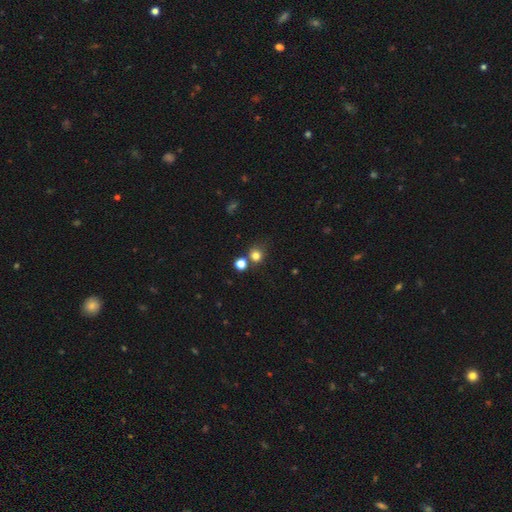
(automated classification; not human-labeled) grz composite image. It shows a smooth galaxy with no disk features (77%) that is round (88%). Merging: none (69%).